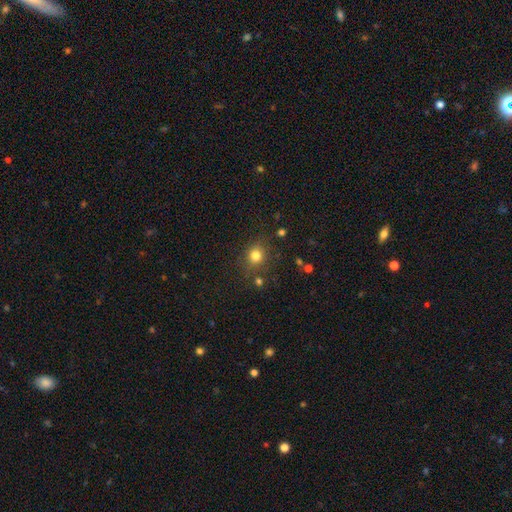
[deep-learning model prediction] Smooth or featured? smooth (80%)
How rounded? round (81%)
Merging? none (81%)